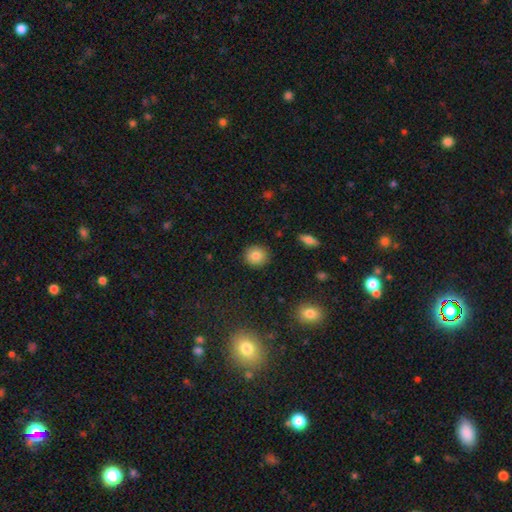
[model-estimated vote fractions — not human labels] Q: Smooth or featured?
A: smooth (83%); runner-up: star or artifact (9%)
Q: How rounded?
A: round (82%); runner-up: in between (17%)
Q: Merging?
A: none (90%); runner-up: minor disturbance (7%)